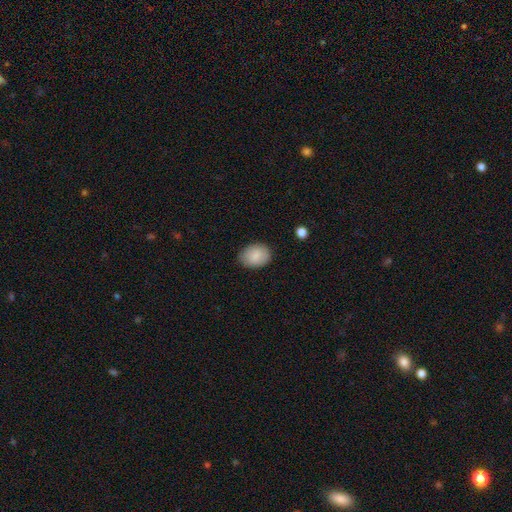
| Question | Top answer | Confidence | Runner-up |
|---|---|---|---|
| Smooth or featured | smooth | 79% | featured or disk (15%) |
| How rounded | in between | 68% | round (32%) |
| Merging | none | 92% | minor disturbance (8%) |